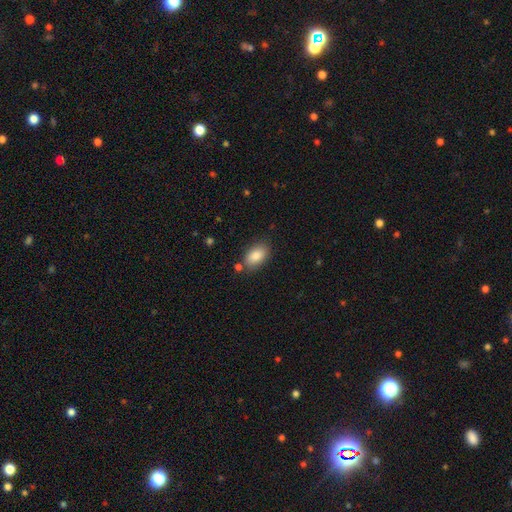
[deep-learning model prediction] A smooth galaxy with no disk features (85%) that is in between round and cigar-shaped (92%). Merging: none (77%).